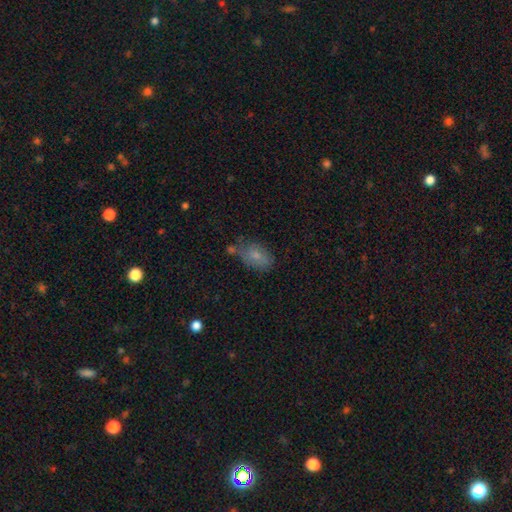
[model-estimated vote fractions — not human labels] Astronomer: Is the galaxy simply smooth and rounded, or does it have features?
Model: smooth — 72%.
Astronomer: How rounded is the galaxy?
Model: in between — 87%.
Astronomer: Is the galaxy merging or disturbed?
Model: none — 55%.